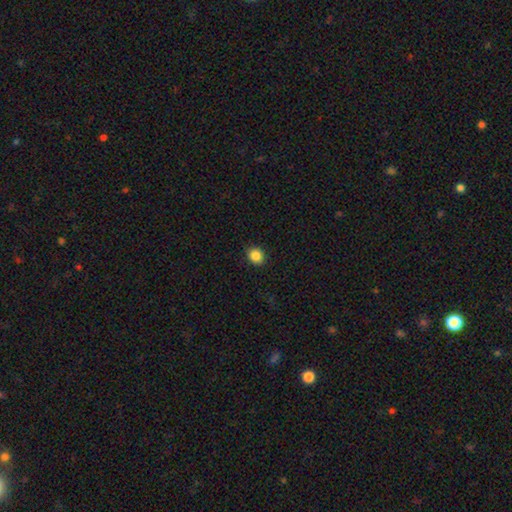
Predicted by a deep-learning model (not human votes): The model was most divided on "how rounded": round: 73%, in between: 26%, cigar-shaped: 1%. More confident: merging — none (91%); smooth or featured — smooth (86%).